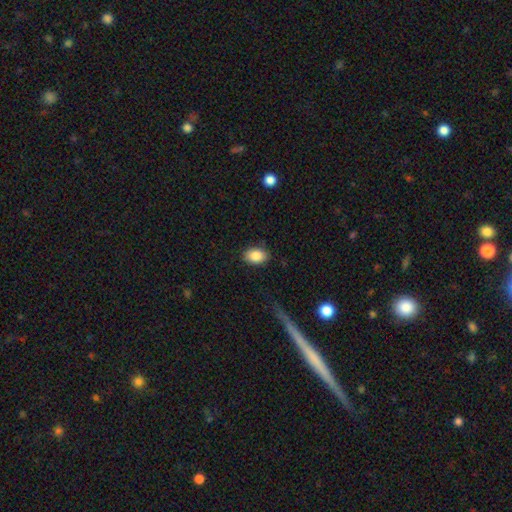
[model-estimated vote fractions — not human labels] Smooth or featured? Predicted: smooth (p=0.87). How rounded? Predicted: in between (p=0.83). Merging? Predicted: none (p=0.86).